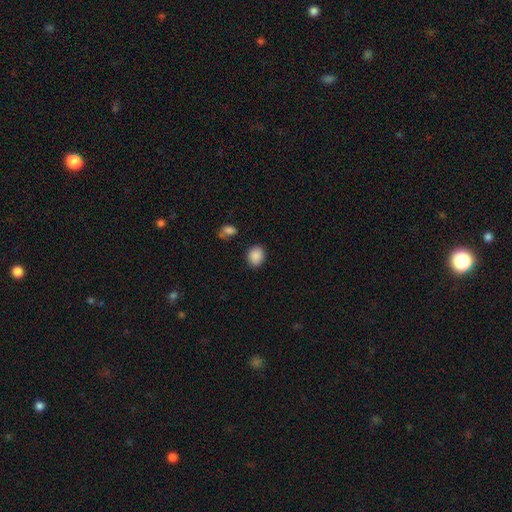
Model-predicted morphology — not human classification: smooth-or-featured: smooth: 88% | star or artifact: 8% | featured or disk: 3%
  how-rounded: round: 61% | in between: 38% | cigar-shaped: 1%
  merging: none: 87% | minor disturbance: 8% | major disturbance: 2% | merger: 2%